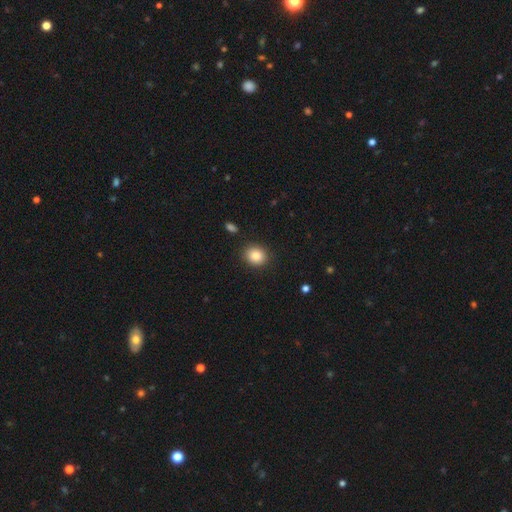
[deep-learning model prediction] smooth_or_featured: smooth (p=0.85) [alt: star or artifact p=0.09]
how_rounded: round (p=0.73) [alt: in between p=0.26]
merging: none (p=0.89) [alt: minor disturbance p=0.07]